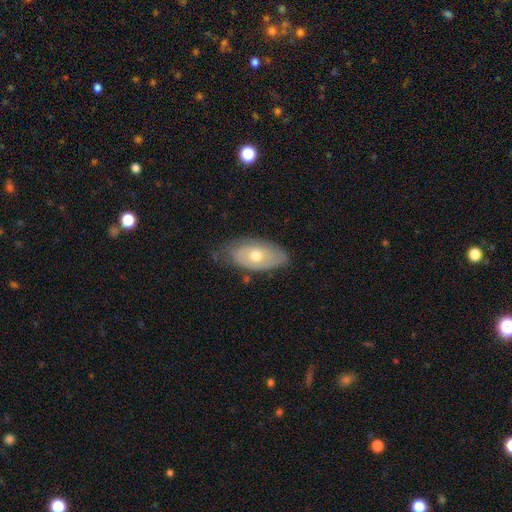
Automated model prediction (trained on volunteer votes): Q: Smooth or featured?
A: smooth (49%); runner-up: featured or disk (45%)
Q: Merging?
A: none (62%); runner-up: minor disturbance (29%)